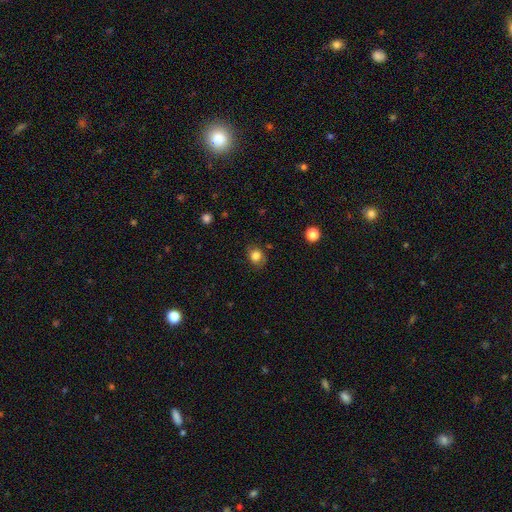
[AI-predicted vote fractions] Overall: smooth (80%). How rounded: round (59%; in between 40%). Merging: none (77%).